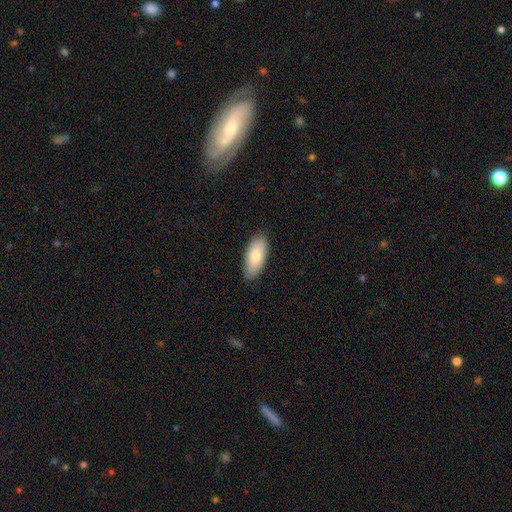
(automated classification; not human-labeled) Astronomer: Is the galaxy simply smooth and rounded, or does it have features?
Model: smooth — 77%.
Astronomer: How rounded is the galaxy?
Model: in between — 88%.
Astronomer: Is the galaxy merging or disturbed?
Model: none — 86%.